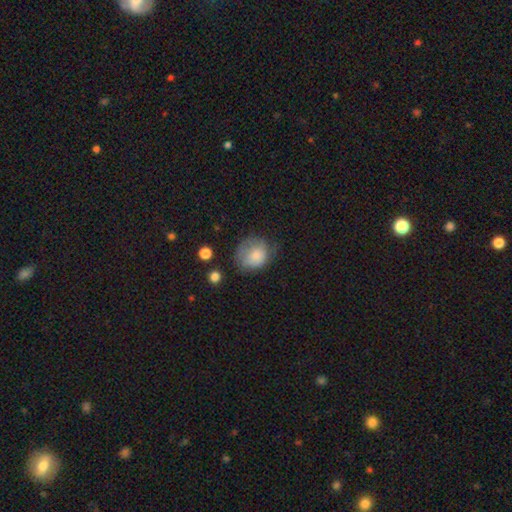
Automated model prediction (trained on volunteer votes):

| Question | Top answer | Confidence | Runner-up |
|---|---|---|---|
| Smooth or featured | smooth | 73% | featured or disk (19%) |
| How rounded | round | 66% | in between (33%) |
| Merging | none | 46% | minor disturbance (33%) |